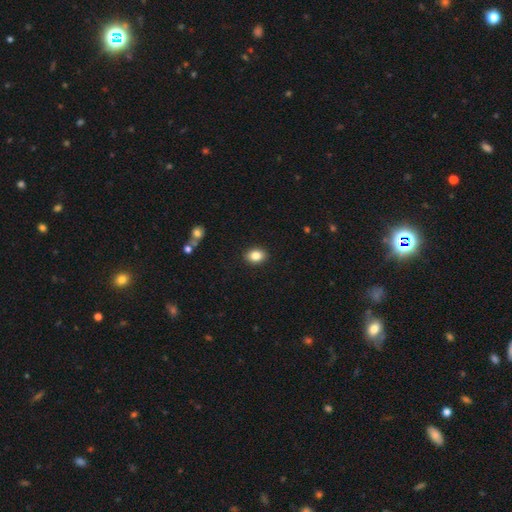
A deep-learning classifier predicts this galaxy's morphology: This is clearly a smooth galaxy (85%). How rounded: likely in between (70%). Merging: clearly none (90%).